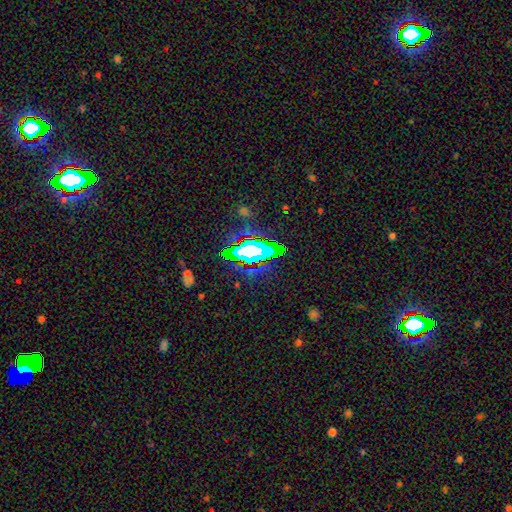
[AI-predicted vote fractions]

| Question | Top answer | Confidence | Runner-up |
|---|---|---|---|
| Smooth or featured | star or artifact | 73% | smooth (16%) |